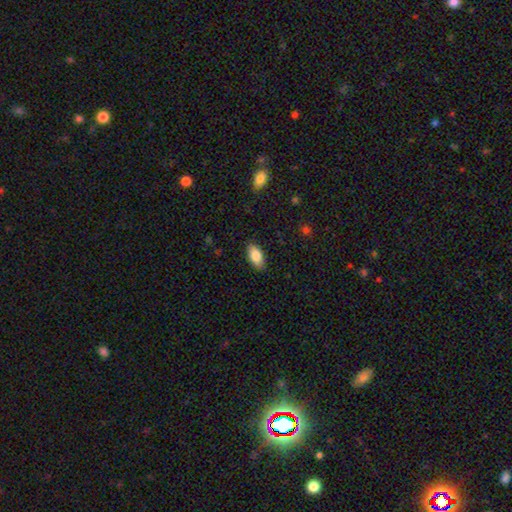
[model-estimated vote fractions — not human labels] smooth-or-featured: smooth: 85% | featured or disk: 9% | star or artifact: 7%
  how-rounded: in between: 92% | cigar-shaped: 5% | round: 3%
  merging: none: 87% | minor disturbance: 10% | major disturbance: 2% | merger: 1%